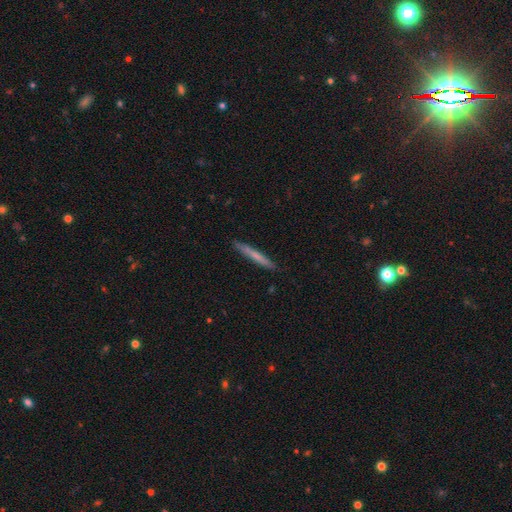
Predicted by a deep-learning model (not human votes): Smooth or featured?
  - smooth: 64% *
  - featured or disk: 31%
  - star or artifact: 6%
How rounded?
  - cigar-shaped: 96% *
  - in between: 2%
  - round: 1%
Merging?
  - none: 89% *
  - minor disturbance: 8%
  - major disturbance: 1%
  - merger: 1%